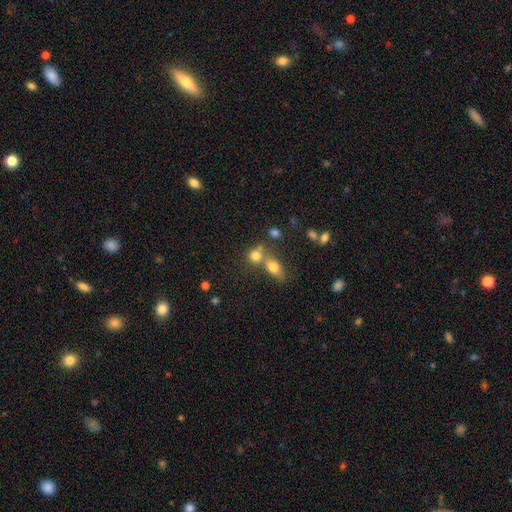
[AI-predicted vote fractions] The model was most divided on "merging": merger: 47%, none: 40%, minor disturbance: 9%, major disturbance: 4%. More confident: smooth or featured — smooth (77%); how rounded — round (60%).